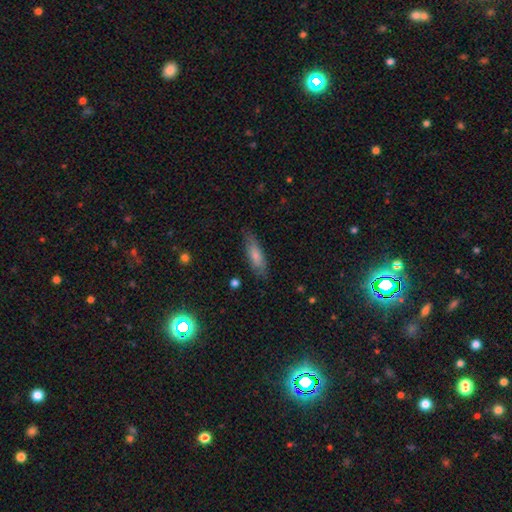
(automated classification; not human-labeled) smooth-or-featured: smooth: 73% | featured or disk: 20% | star or artifact: 7%
  how-rounded: cigar-shaped: 52% | in between: 46% | round: 2%
  merging: none: 75% | minor disturbance: 19% | major disturbance: 4% | merger: 2%